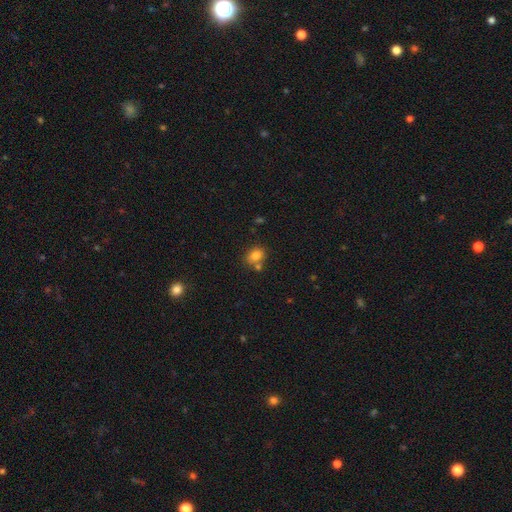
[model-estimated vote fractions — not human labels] smooth_or_featured: smooth (p=0.80) [alt: star or artifact p=0.12]
how_rounded: in between (p=0.60) [alt: round p=0.39]
merging: none (p=0.64) [alt: merger p=0.19]